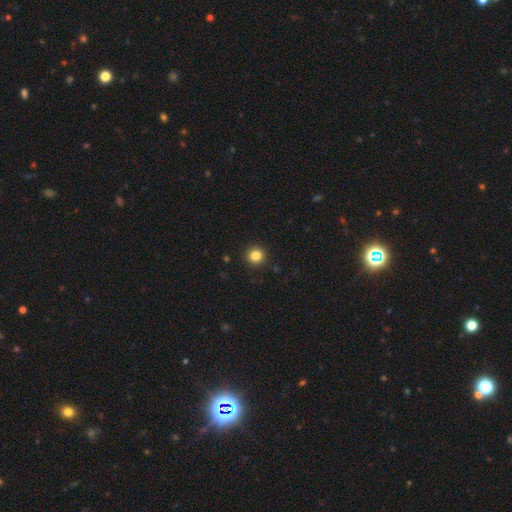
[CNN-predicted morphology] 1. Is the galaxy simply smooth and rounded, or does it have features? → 84% smooth, 12% star or artifact, 5% featured or disk.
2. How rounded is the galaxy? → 94% round, 5% in between, 1% cigar-shaped.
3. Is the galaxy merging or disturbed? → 93% none, 5% minor disturbance, 2% major disturbance, 1% merger.